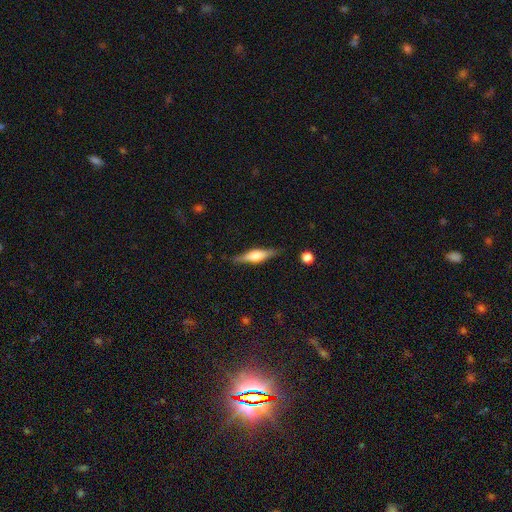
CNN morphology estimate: Overall: featured or disk (54%; smooth 40%). Edge-on disk: yes (94%). Edge-on bulge: rounded (79%). Merging: none (82%).